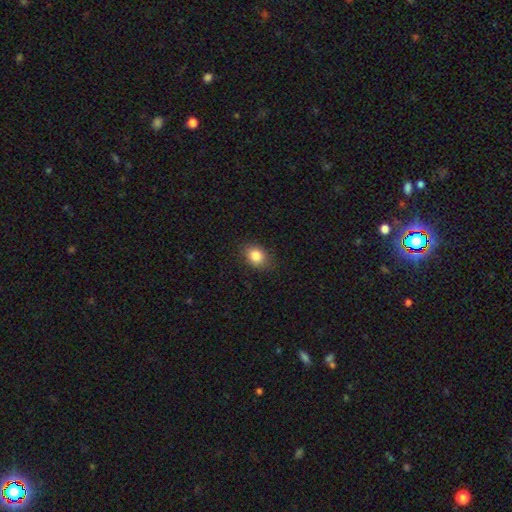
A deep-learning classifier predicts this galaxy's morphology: This is clearly a smooth galaxy (84%). How rounded: likely in between (61%). Merging: clearly none (84%).